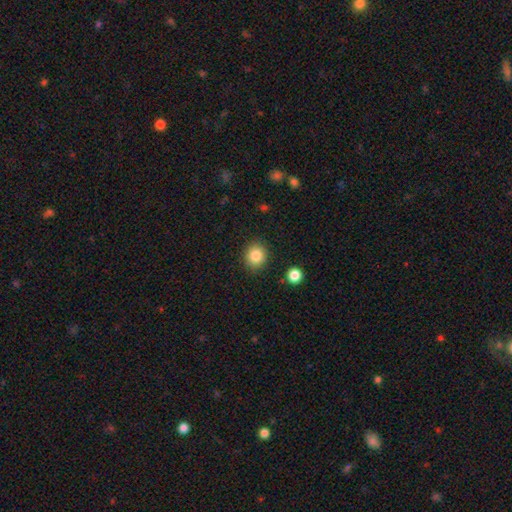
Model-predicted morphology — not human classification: Smooth or featured? smooth (85%)
How rounded? round (80%)
Merging? none (88%)